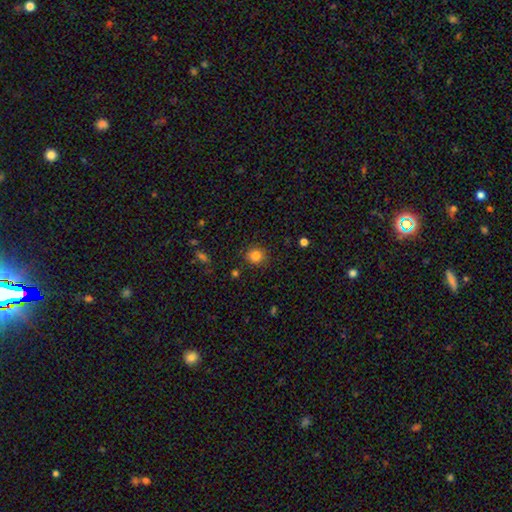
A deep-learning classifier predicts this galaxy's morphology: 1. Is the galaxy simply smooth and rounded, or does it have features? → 84% smooth, 11% star or artifact, 5% featured or disk.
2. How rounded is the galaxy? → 84% round, 15% in between, 1% cigar-shaped.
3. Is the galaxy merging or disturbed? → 86% none, 10% minor disturbance, 3% major disturbance, 2% merger.